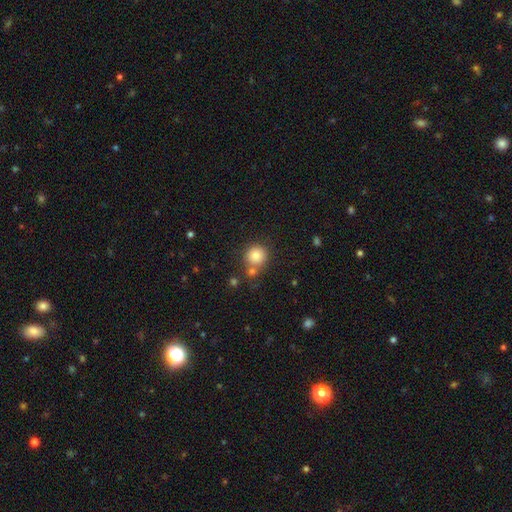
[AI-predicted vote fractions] smooth-or-featured: smooth: 81% | star or artifact: 11% | featured or disk: 8%
  how-rounded: round: 92% | in between: 8% | cigar-shaped: 1%
  merging: none: 69% | merger: 19% | minor disturbance: 10% | major disturbance: 3%